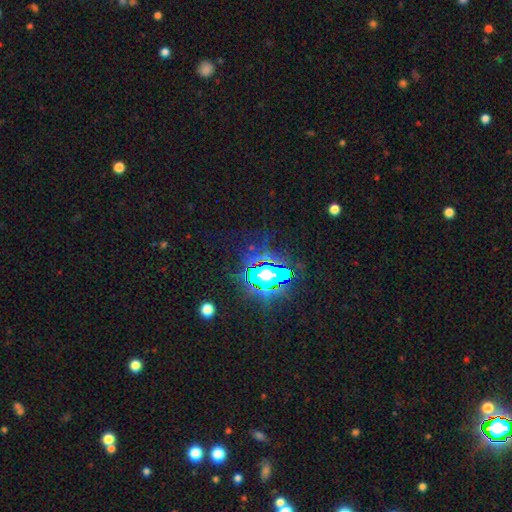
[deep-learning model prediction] A star or artifact, not a galaxy (82%).

Vote fractions:
- Smooth or featured? star or artifact: 82% / smooth: 11% / featured or disk: 7%